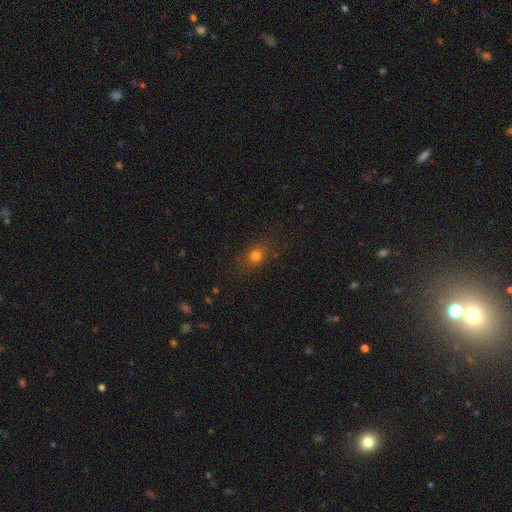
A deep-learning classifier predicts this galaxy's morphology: Smooth or featured? smooth (73%)
How rounded? round (48%)
Merging? none (81%)